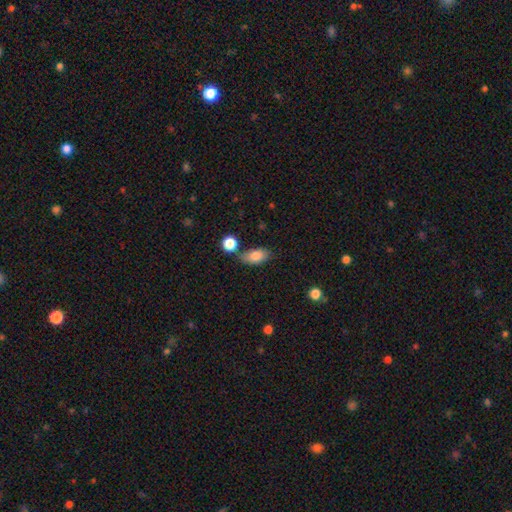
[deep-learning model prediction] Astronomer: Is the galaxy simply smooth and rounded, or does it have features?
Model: smooth — 81%.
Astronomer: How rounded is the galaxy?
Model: in between — 89%.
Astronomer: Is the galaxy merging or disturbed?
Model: none — 70%.